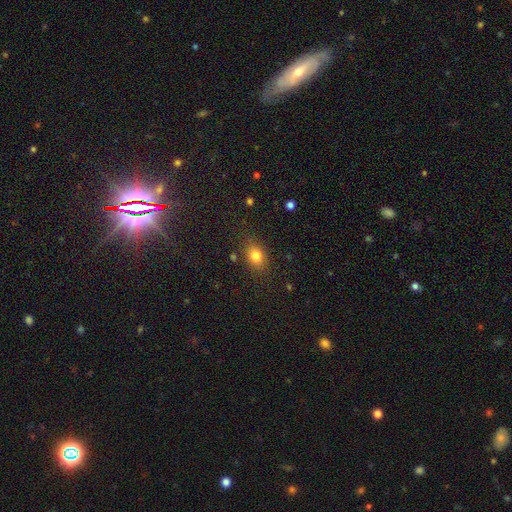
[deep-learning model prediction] Q: Smooth or featured?
A: smooth (82%); runner-up: star or artifact (12%)
Q: How rounded?
A: in between (63%); runner-up: round (36%)
Q: Merging?
A: none (80%); runner-up: minor disturbance (13%)